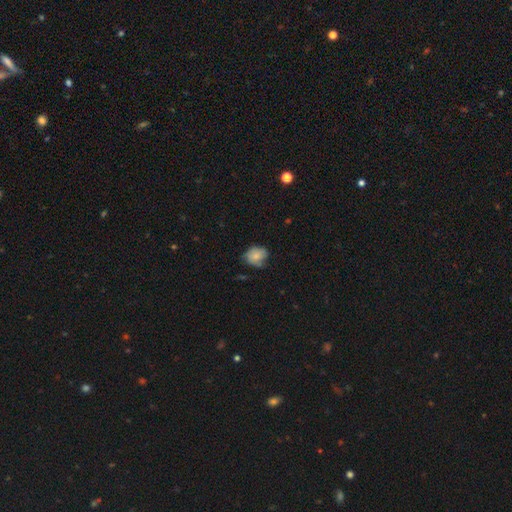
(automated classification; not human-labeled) A smooth galaxy with no disk features (70%) that is round (50%).

Vote fractions:
- Smooth or featured? smooth: 70% / featured or disk: 21% / star or artifact: 8%
- How rounded? round: 50% / in between: 49% / cigar-shaped: 1%
- Merging? none: 52% / minor disturbance: 36% / major disturbance: 10% / merger: 2%